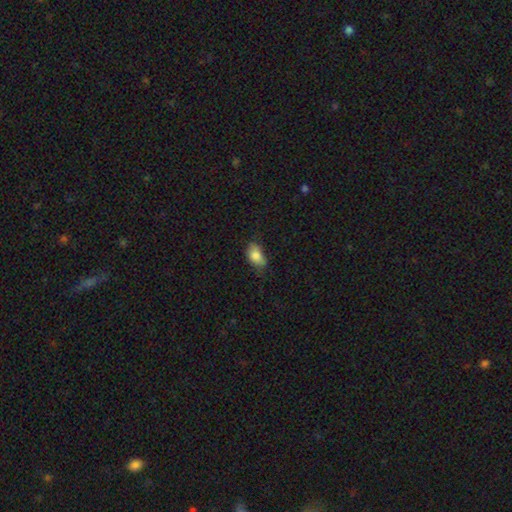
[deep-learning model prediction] This appears to be a smooth galaxy with no disk features (83%) that is in between round and cigar-shaped (89%). Merging: none (62%).